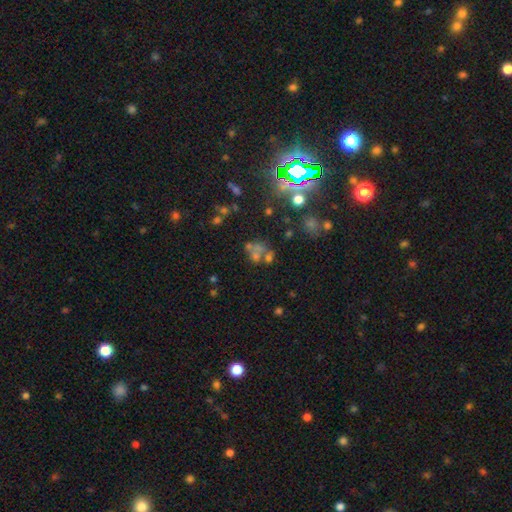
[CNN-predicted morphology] Q: Smooth or featured?
A: star or artifact (43%); runner-up: smooth (36%)